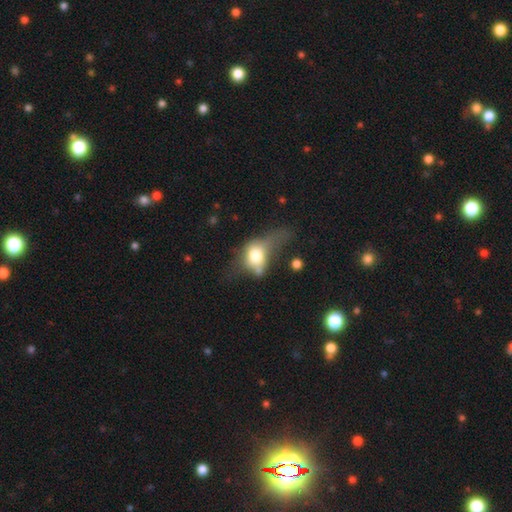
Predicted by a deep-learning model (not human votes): Smooth or featured?
  - smooth: 62% *
  - featured or disk: 28%
  - star or artifact: 9%
How rounded?
  - in between: 65% *
  - round: 30%
  - cigar-shaped: 5%
Merging?
  - major disturbance: 47% *
  - minor disturbance: 22%
  - none: 19%
  - merger: 12%